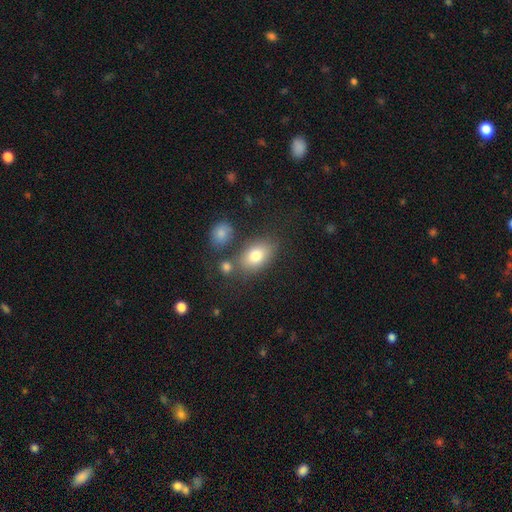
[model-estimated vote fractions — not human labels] smooth 79%, featured or disk 12%, star or artifact 9%. Down the decision tree: how rounded — in between (85%); merging — none (69%).